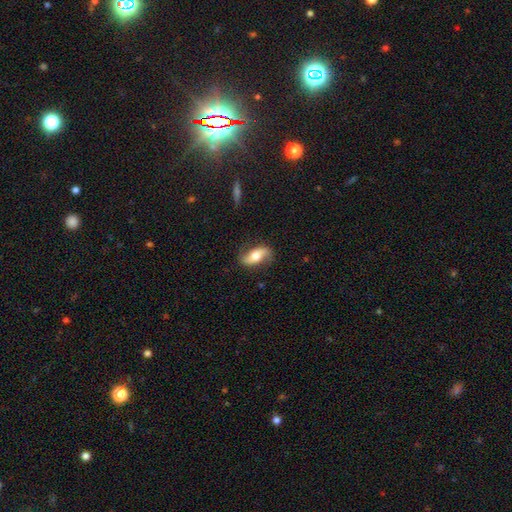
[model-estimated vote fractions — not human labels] Smooth or featured?
  - featured or disk: 66% *
  - smooth: 27%
  - star or artifact: 7%
Edge-on disk?
  - no: 89% *
  - yes: 11%
Bar?
  - no: 51% *
  - weak: 30%
  - strong: 19%
Spiral arms?
  - yes: 91% *
  - no: 9%
Spiral winding?
  - loose: 74% *
  - medium: 19%
  - tight: 7%
Spiral arm count?
  - 2: 92% *
  - can't tell: 3%
  - 1: 2%
  - 3: 1%
  - 4: 1%
  - more than 4: 1%
Bulge size?
  - moderate: 53% *
  - large: 25%
  - small: 14%
  - dominant: 4%
  - none: 3%
Merging?
  - none: 78% *
  - minor disturbance: 15%
  - major disturbance: 5%
  - merger: 1%